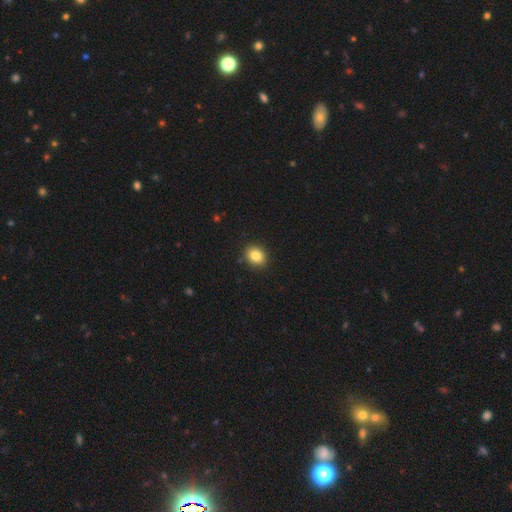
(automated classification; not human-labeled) smooth_or_featured: smooth (p=0.86) [alt: star or artifact p=0.09]
how_rounded: round (p=0.55) [alt: in between p=0.45]
merging: none (p=0.90) [alt: minor disturbance p=0.07]